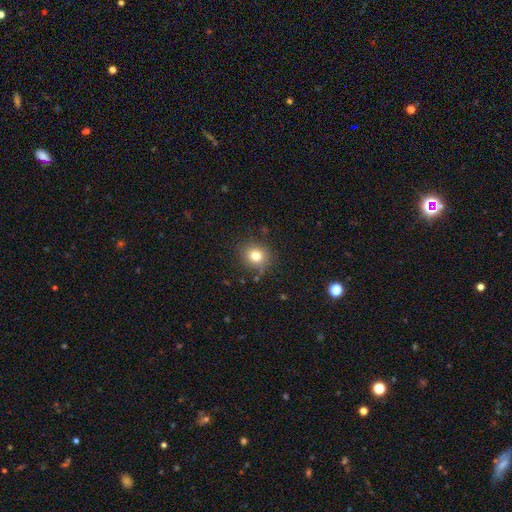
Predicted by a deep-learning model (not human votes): smooth_or_featured: smooth (p=0.78) [alt: star or artifact p=0.13]
how_rounded: round (p=0.83) [alt: in between p=0.16]
merging: none (p=0.80) [alt: minor disturbance p=0.13]